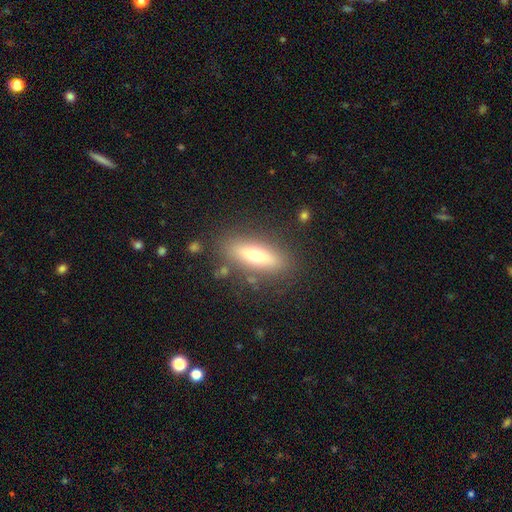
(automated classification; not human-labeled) Smooth or featured? smooth (55%)
How rounded? in between (52%)
Merging? none (84%)